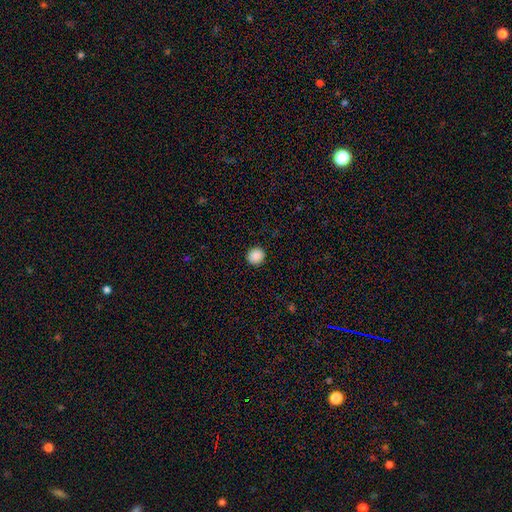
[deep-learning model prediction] smooth-or-featured: smooth: 89% | star or artifact: 9% | featured or disk: 2%
  how-rounded: round: 92% | in between: 7% | cigar-shaped: 1%
  merging: none: 93% | minor disturbance: 5% | major disturbance: 2% | merger: 1%